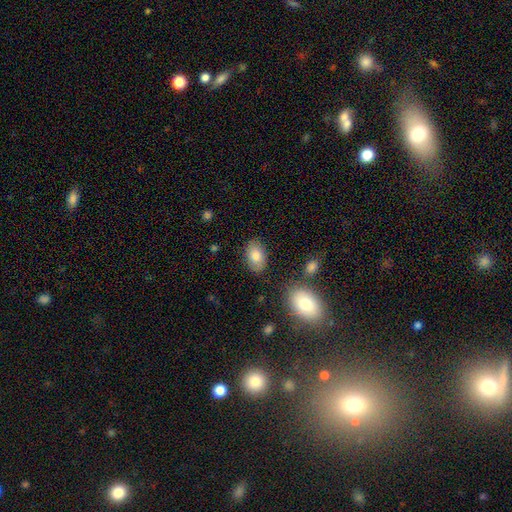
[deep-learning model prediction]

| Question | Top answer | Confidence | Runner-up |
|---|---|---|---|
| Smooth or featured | smooth | 82% | featured or disk (11%) |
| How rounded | in between | 92% | round (7%) |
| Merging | none | 82% | minor disturbance (12%) |